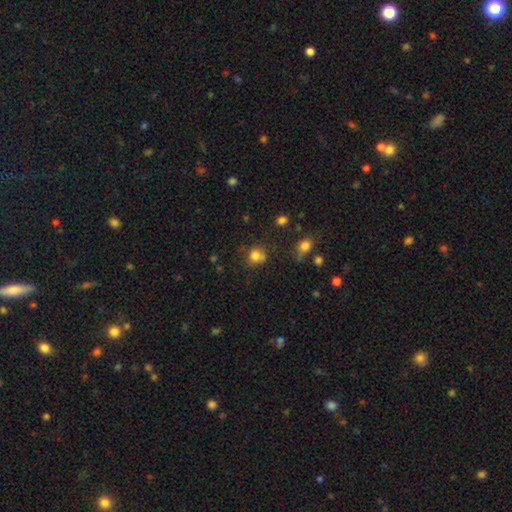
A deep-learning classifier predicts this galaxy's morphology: This appears to be a smooth galaxy with no disk features (79%) that is round (76%). Merging: none (57%).